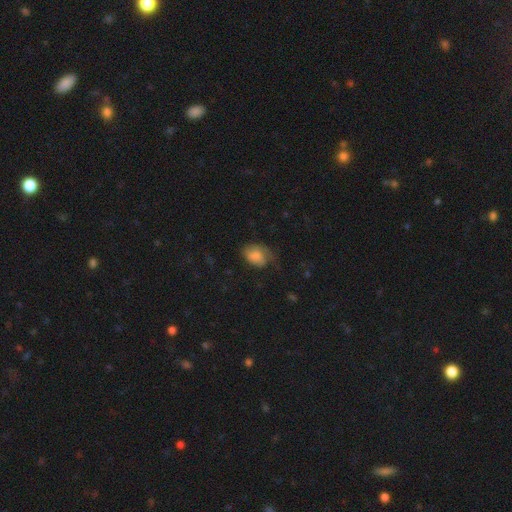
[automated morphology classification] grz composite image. It shows a smooth galaxy with no disk features (71%) that is in between round and cigar-shaped (81%). Merging: none (41%).